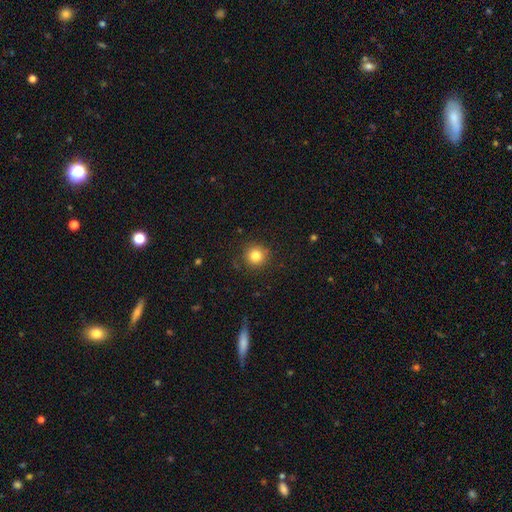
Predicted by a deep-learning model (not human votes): Q: Smooth or featured?
A: smooth (82%); runner-up: star or artifact (12%)
Q: How rounded?
A: round (94%); runner-up: in between (5%)
Q: Merging?
A: none (89%); runner-up: minor disturbance (8%)